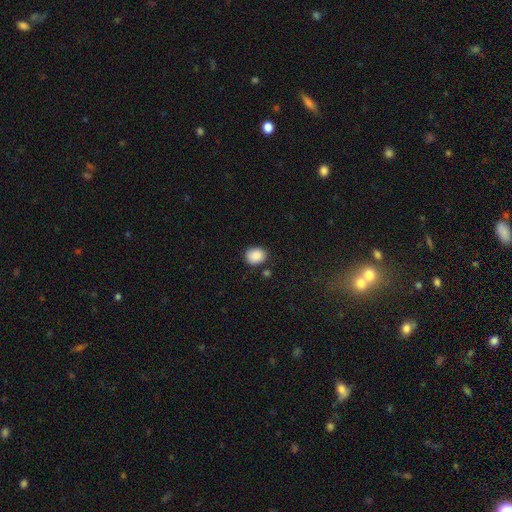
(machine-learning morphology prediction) This is clearly a smooth galaxy (88%). How rounded: possibly round (58%). Merging: clearly none (80%).